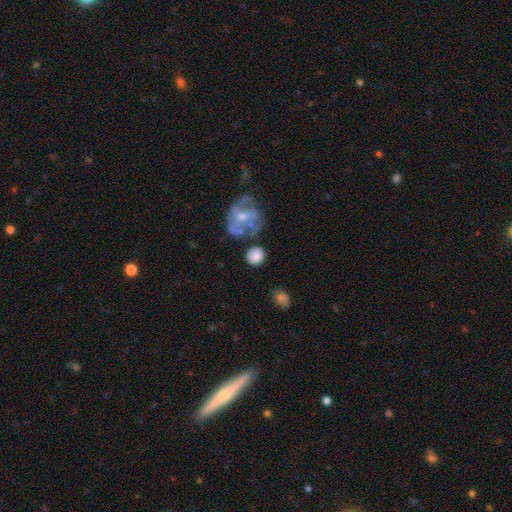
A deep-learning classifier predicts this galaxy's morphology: A smooth galaxy with no disk features (79%) that is round (77%).

Vote fractions:
- Smooth or featured? smooth: 79% / featured or disk: 13% / star or artifact: 8%
- How rounded? round: 77% / in between: 22% / cigar-shaped: 1%
- Merging? none: 66% / minor disturbance: 16% / merger: 9% / major disturbance: 8%